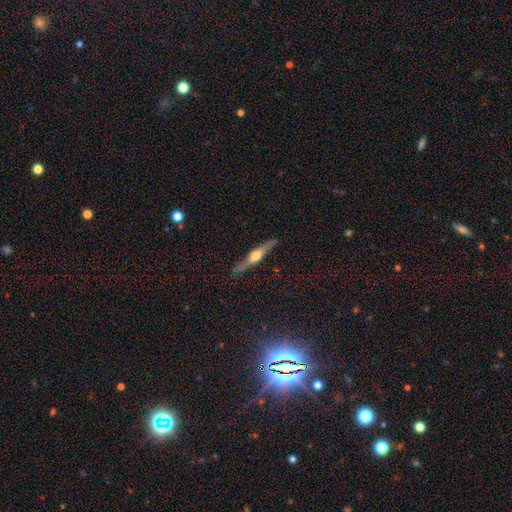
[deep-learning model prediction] smooth-or-featured: featured or disk: 62% | smooth: 32% | star or artifact: 6%
  disk-edge-on: yes: 94% | no: 6%
    edge-on-bulge: rounded: 89% | boxy: 6% | none: 5%
  merging: none: 85% | minor disturbance: 11% | major disturbance: 2% | merger: 1%